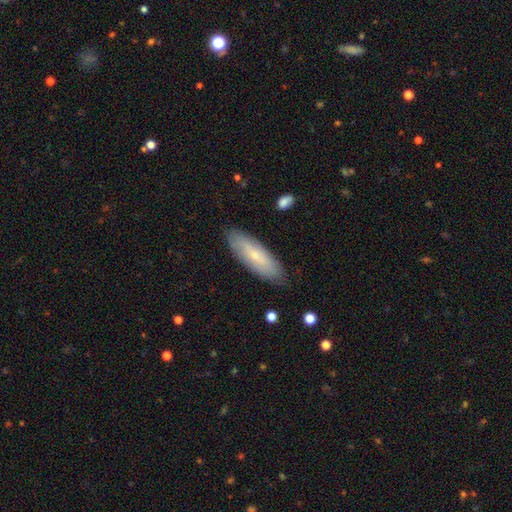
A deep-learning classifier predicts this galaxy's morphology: smooth-or-featured: smooth: 62% | featured or disk: 32% | star or artifact: 6%
  how-rounded: in between: 53% | cigar-shaped: 45% | round: 2%
  merging: none: 85% | minor disturbance: 11% | major disturbance: 2% | merger: 1%